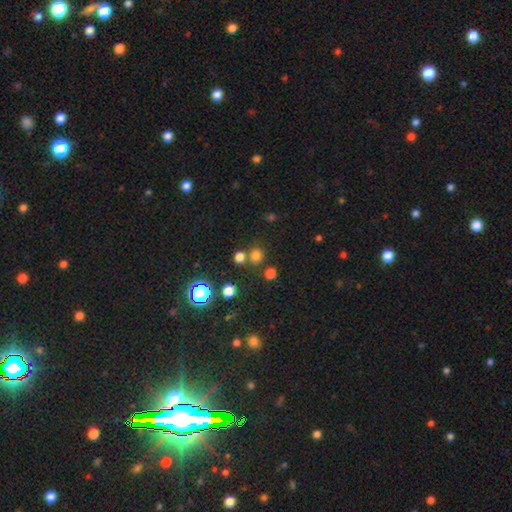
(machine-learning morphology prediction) This appears to be a smooth galaxy with no disk features (71%) that is round (84%). Merging: none (71%).